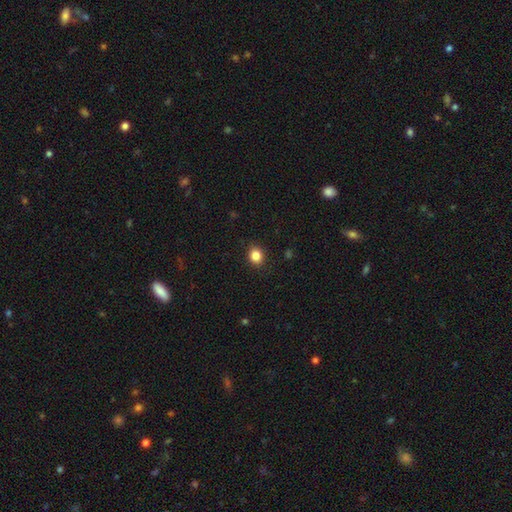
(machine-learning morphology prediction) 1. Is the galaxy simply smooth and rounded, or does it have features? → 85% smooth, 11% star or artifact, 4% featured or disk.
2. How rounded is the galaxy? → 69% round, 30% in between, 1% cigar-shaped.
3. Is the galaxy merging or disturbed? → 90% none, 7% minor disturbance, 2% major disturbance, 1% merger.